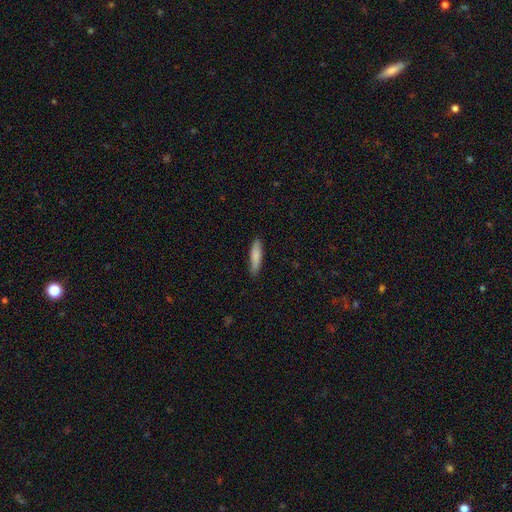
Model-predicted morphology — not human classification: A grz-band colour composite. It shows a smooth galaxy with no disk features (83%) that is cigar-shaped (79%). Merging: none (88%).